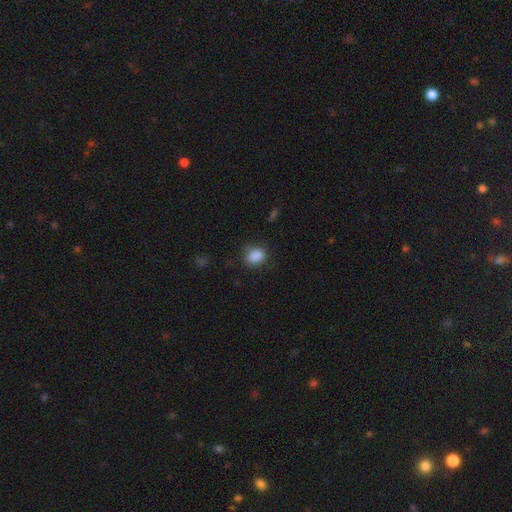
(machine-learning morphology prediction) The model was most divided on "how rounded": round: 51%, in between: 48%, cigar-shaped: 1%. More confident: smooth or featured — smooth (87%); merging — none (77%).